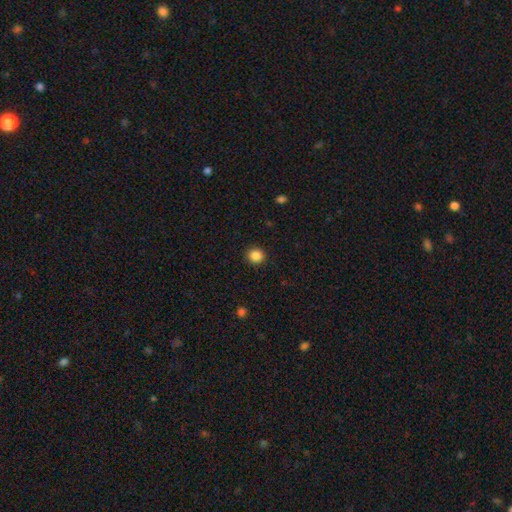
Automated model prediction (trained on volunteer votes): smooth_or_featured: smooth (p=0.86) [alt: star or artifact p=0.10]
how_rounded: round (p=0.90) [alt: in between p=0.09]
merging: none (p=0.92) [alt: minor disturbance p=0.06]